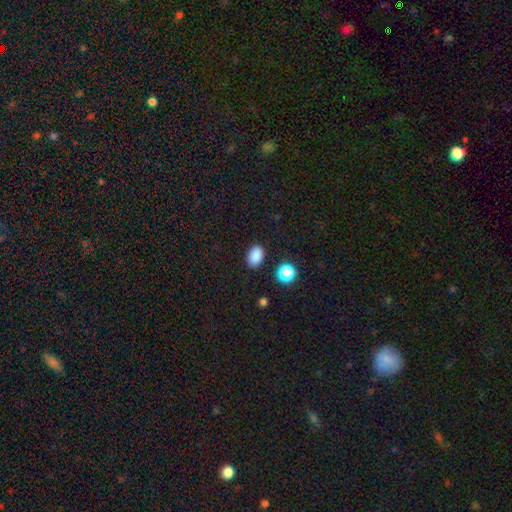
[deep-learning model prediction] A smooth galaxy with no disk features (86%) that is in between round and cigar-shaped (81%).

Vote fractions:
- Smooth or featured? smooth: 86% / star or artifact: 10% / featured or disk: 3%
- How rounded? in between: 81% / round: 18% / cigar-shaped: 1%
- Merging? none: 87% / minor disturbance: 9% / major disturbance: 2% / merger: 2%